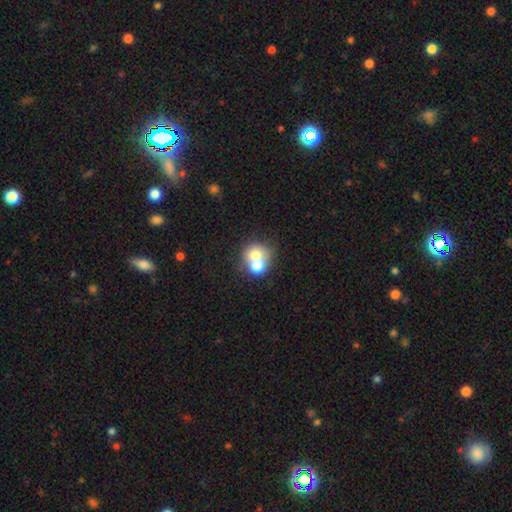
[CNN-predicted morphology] smooth 67%, featured or disk 22%, star or artifact 11%. Down the decision tree: how rounded — round (76%); merging — merger (63%).